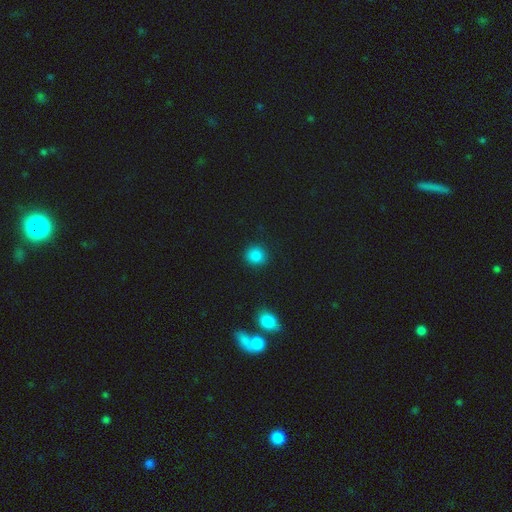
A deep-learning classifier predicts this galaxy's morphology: smooth 85%, star or artifact 11%, featured or disk 4%. Down the decision tree: how rounded — round (89%); merging — none (90%).